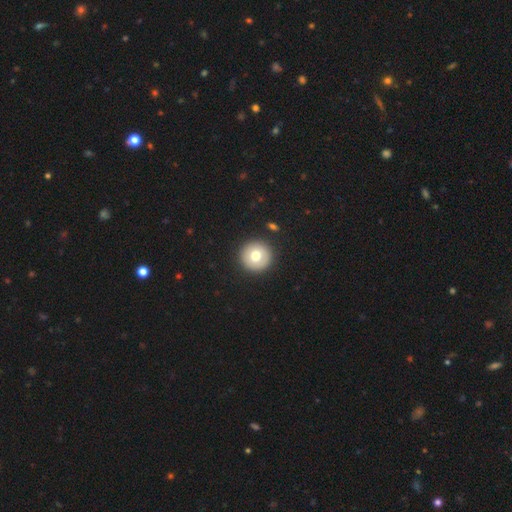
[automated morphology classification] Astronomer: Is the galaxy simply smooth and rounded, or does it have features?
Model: smooth — 71%.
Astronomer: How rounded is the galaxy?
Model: round — 96%.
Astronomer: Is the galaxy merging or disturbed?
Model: none — 92%.